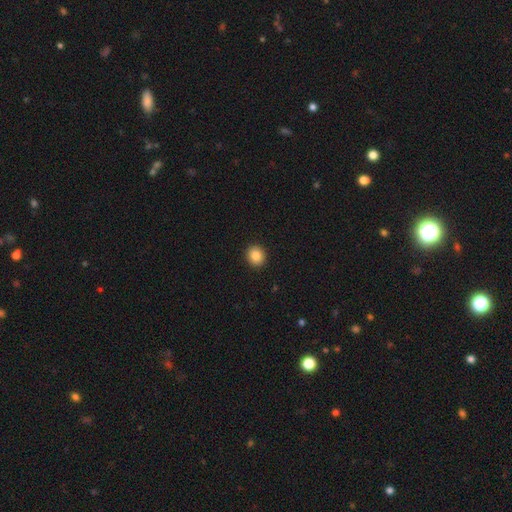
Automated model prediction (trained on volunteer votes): This appears to be a smooth galaxy with no disk features (85%) that is round (84%). Merging: none (93%).